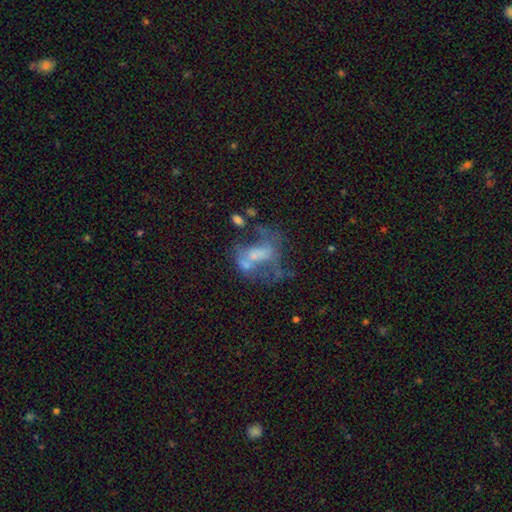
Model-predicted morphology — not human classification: A featured or disk galaxy (58%) with no bar (69%), no spiral arms (75%) and no central bulge (41%).

Vote fractions:
- Smooth or featured? featured or disk: 58% / smooth: 28% / star or artifact: 14%
- Edge-on disk? no: 97% / yes: 3%
- Bar? no: 69% / weak: 22% / strong: 9%
- Spiral arms? no: 75% / yes: 25%
- Bulge size? none: 41% / small: 27% / moderate: 24% / large: 6% / dominant: 2%
- Merging? major disturbance: 31% / merger: 28% / none: 27% / minor disturbance: 15%